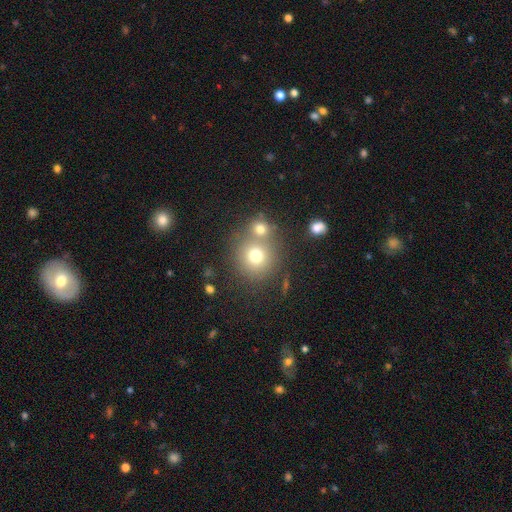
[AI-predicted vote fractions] smooth_or_featured: smooth (p=0.73) [alt: star or artifact p=0.14]
how_rounded: round (p=0.90) [alt: in between p=0.09]
merging: none (p=0.55) [alt: merger p=0.33]